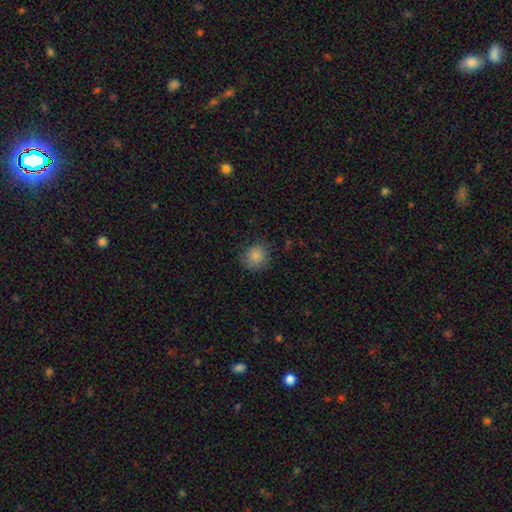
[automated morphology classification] smooth-or-featured: smooth: 85% | star or artifact: 10% | featured or disk: 5%
  how-rounded: round: 86% | in between: 13% | cigar-shaped: 1%
  merging: none: 81% | minor disturbance: 14% | major disturbance: 4% | merger: 1%